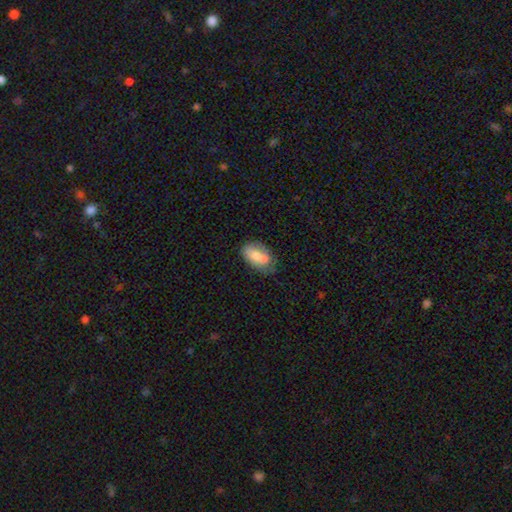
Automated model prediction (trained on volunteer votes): Smooth or featured? smooth (67%)
How rounded? in between (89%)
Merging? none (43%)